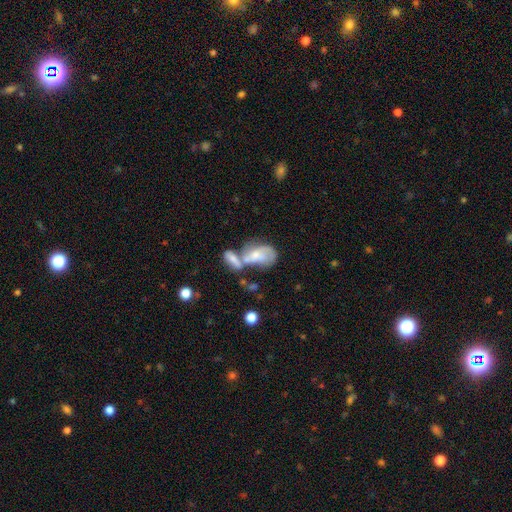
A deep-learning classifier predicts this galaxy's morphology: smooth-or-featured: featured or disk: 49% | smooth: 42% | star or artifact: 9%
  merging: merger: 62% | none: 16% | major disturbance: 12% | minor disturbance: 11%